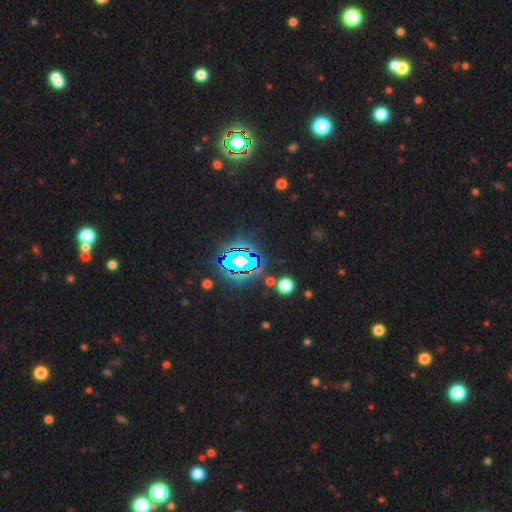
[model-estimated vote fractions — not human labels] smooth-or-featured: star or artifact: 81% | smooth: 12% | featured or disk: 7%